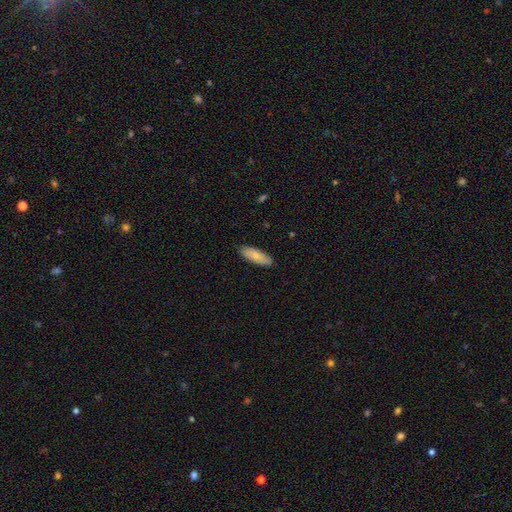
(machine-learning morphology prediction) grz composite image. It shows a smooth galaxy with no disk features (80%) that is in between round and cigar-shaped (63%). Merging: none (86%).